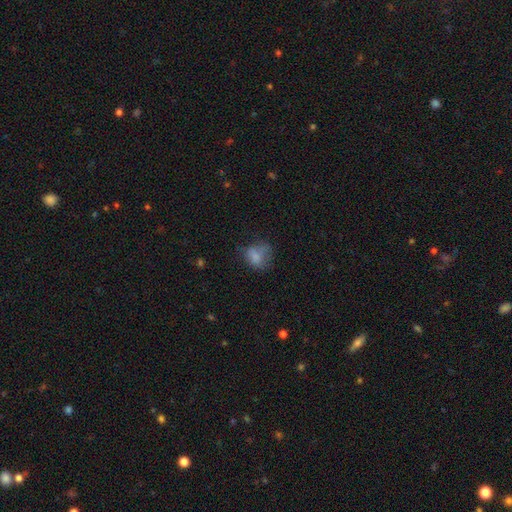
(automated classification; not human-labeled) The model was most divided on "how rounded": in between: 53%, round: 46%, cigar-shaped: 1%. Remaining: smooth or featured — smooth (70%); merging — none (39%).